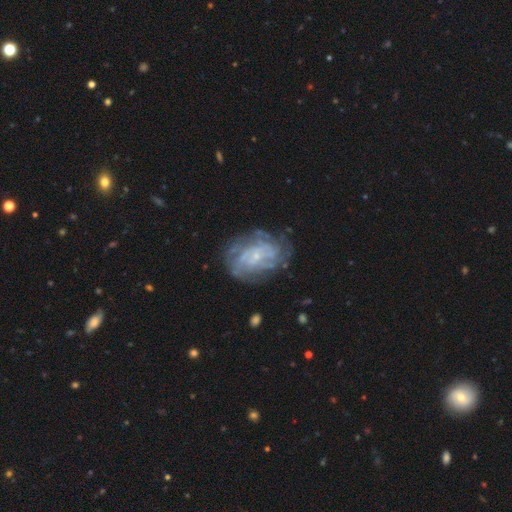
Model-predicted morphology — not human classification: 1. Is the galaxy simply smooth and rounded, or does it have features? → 77% featured or disk, 15% smooth, 8% star or artifact.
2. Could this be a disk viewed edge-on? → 97% no, 3% yes.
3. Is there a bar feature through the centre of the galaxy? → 67% no, 28% weak, 6% strong.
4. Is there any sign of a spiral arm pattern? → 83% yes, 17% no.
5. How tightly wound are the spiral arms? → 60% tight, 29% medium, 11% loose.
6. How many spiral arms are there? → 50% can't tell, 14% 4, 11% 2, 11% 3, 9% more than 4, 5% 1.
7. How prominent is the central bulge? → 78% small, 11% moderate, 8% none, 1% large, 1% dominant.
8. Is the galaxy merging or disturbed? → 68% none, 19% minor disturbance, 11% major disturbance, 2% merger.